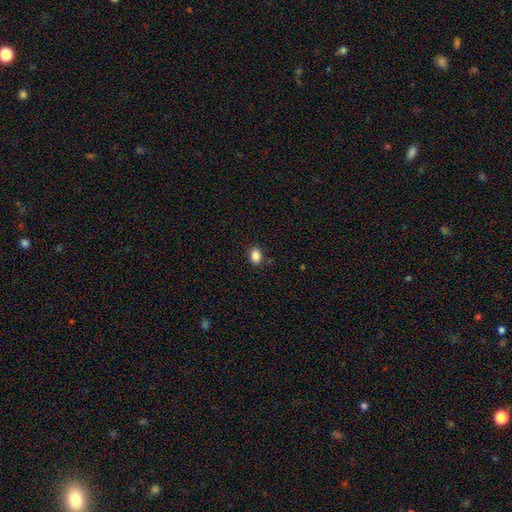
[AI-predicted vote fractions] smooth 86%, star or artifact 10%, featured or disk 4%. Down the decision tree: how rounded — in between (73%); merging — none (86%).